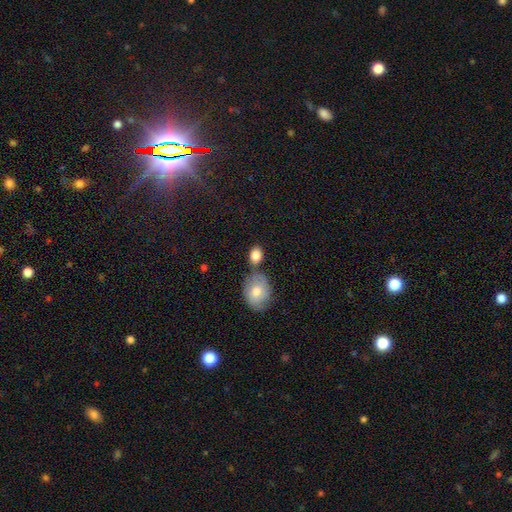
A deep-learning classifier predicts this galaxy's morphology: A smooth galaxy with no disk features (85%) that is in between round and cigar-shaped (71%).

Vote fractions:
- Smooth or featured? smooth: 85% / featured or disk: 8% / star or artifact: 7%
- How rounded? in between: 71% / round: 28% / cigar-shaped: 2%
- Merging? none: 58% / merger: 23% / minor disturbance: 14% / major disturbance: 4%